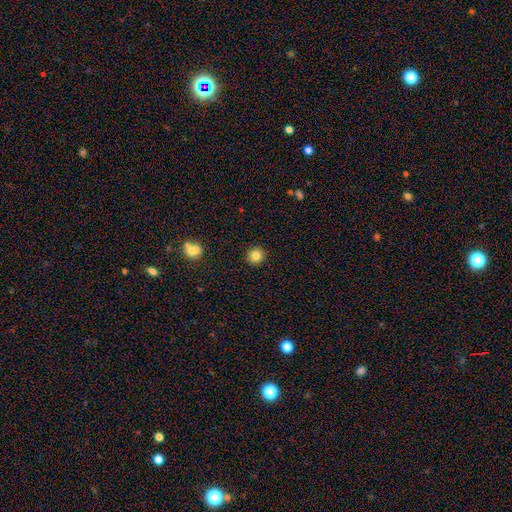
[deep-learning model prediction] Overall: smooth (82%). How rounded: round (93%). Merging: none (92%).